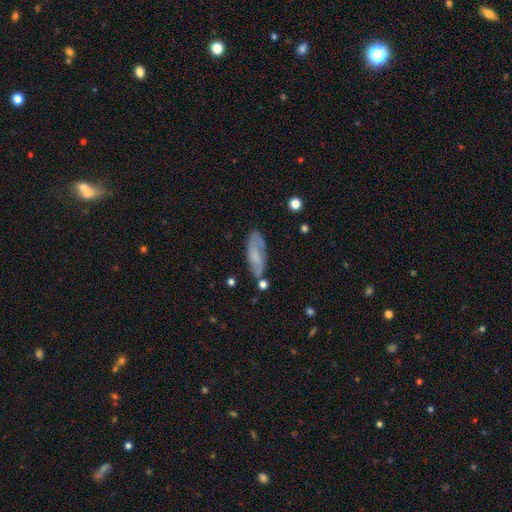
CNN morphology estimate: smooth-or-featured: smooth: 51% | featured or disk: 41% | star or artifact: 8%
  how-rounded: in between: 63% | cigar-shaped: 34% | round: 3%
  merging: none: 69% | minor disturbance: 20% | major disturbance: 6% | merger: 6%